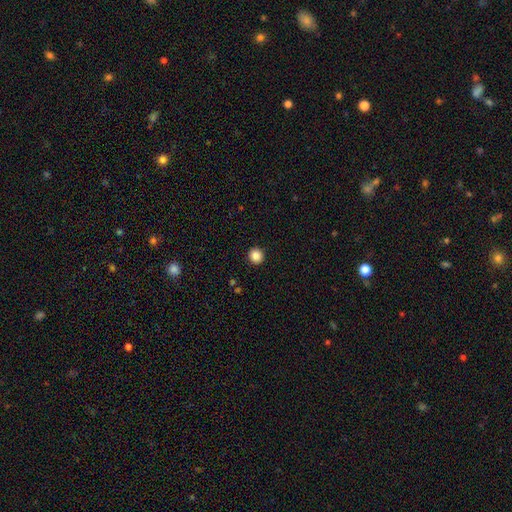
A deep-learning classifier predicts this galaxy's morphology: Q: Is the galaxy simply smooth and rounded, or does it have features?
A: smooth — 86%.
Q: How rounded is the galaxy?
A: round — 93%.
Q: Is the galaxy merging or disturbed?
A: none — 93%.